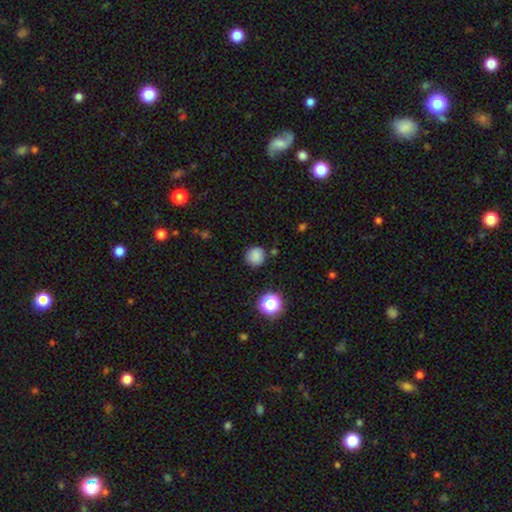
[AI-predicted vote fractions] Overall: smooth (81%). How rounded: round (92%). Merging: none (83%).